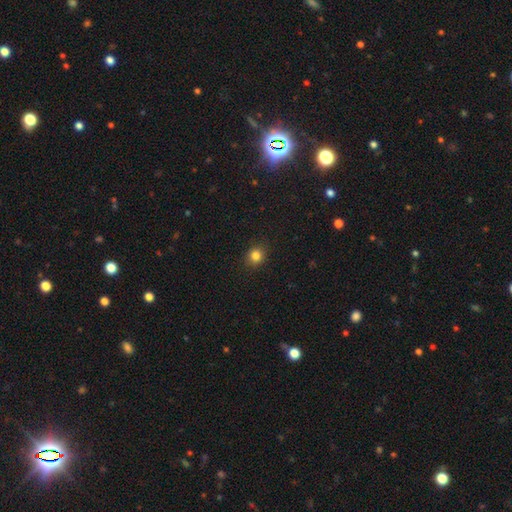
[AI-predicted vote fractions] A smooth galaxy with no disk features (83%) that is round (82%). Merging: none (90%).